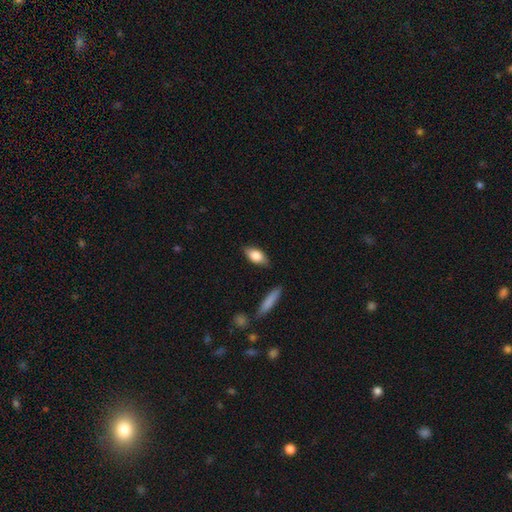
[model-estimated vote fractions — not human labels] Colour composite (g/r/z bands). It shows a smooth galaxy with no disk features (76%) that is in between round and cigar-shaped (84%). Merging: none (83%).